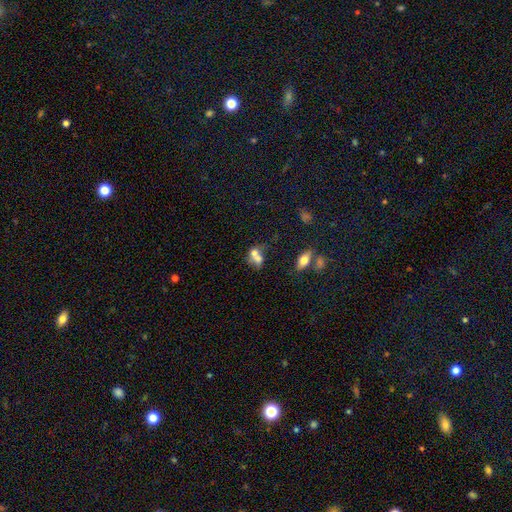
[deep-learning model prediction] This is likely a smooth galaxy (65%). How rounded: likely in between (63%). Merging: possibly merger (60%).